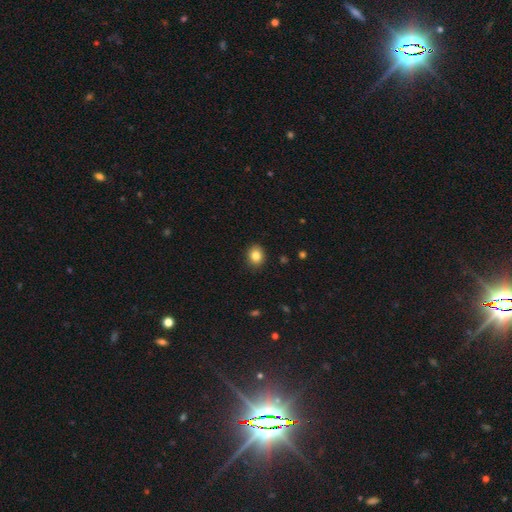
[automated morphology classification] type=smooth (84%); roundness=round (58%); merging=none (90%).